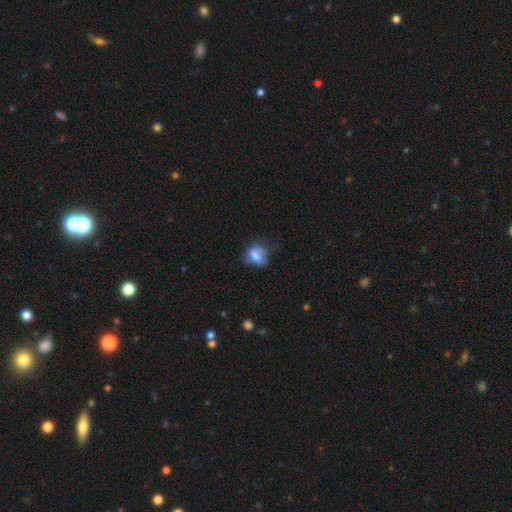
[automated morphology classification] Overall: smooth (68%). How rounded: in between (58%; round 40%). Merging: none (50%; minor disturbance 30%).